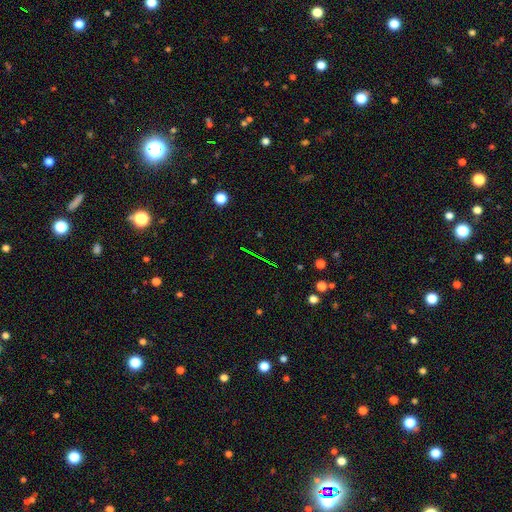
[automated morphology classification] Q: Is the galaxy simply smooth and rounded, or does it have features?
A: star or artifact — 71%.